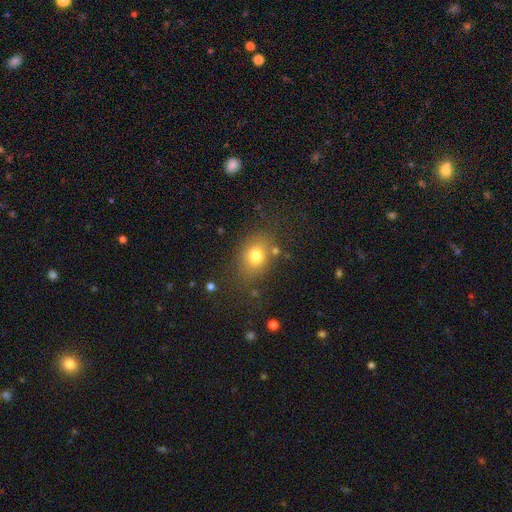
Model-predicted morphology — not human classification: smooth-or-featured: smooth: 75% | star or artifact: 13% | featured or disk: 12%
  how-rounded: in between: 56% | round: 42% | cigar-shaped: 1%
  merging: none: 74% | minor disturbance: 15% | major disturbance: 6% | merger: 4%